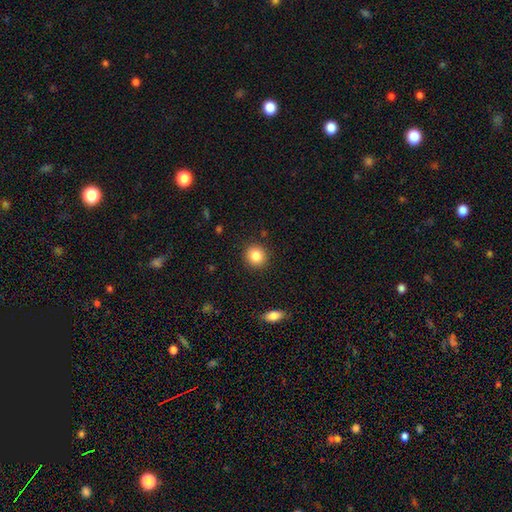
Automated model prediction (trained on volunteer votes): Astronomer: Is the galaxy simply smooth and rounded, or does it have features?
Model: smooth — 85%.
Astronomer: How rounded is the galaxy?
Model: round — 89%.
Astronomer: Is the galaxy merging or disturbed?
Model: none — 90%.